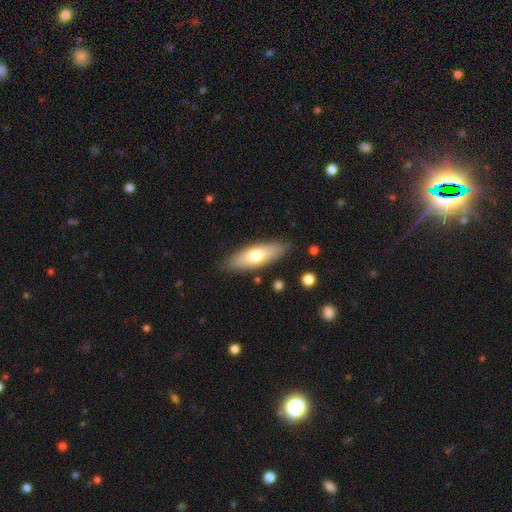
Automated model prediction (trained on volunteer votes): Q: Smooth or featured?
A: smooth (66%); runner-up: featured or disk (29%)
Q: How rounded?
A: in between (57%); runner-up: cigar-shaped (41%)
Q: Merging?
A: none (85%); runner-up: minor disturbance (11%)